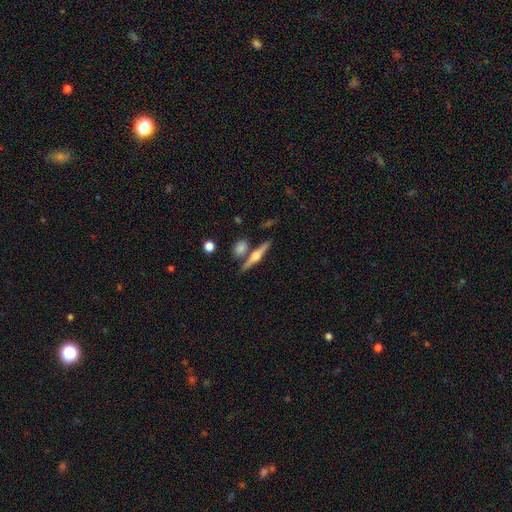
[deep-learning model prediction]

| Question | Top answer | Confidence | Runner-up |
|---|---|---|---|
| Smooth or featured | featured or disk | 71% | smooth (23%) |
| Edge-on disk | yes | 97% | no (3%) |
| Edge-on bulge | rounded | 93% | boxy (4%) |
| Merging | none | 76% | merger (13%) |